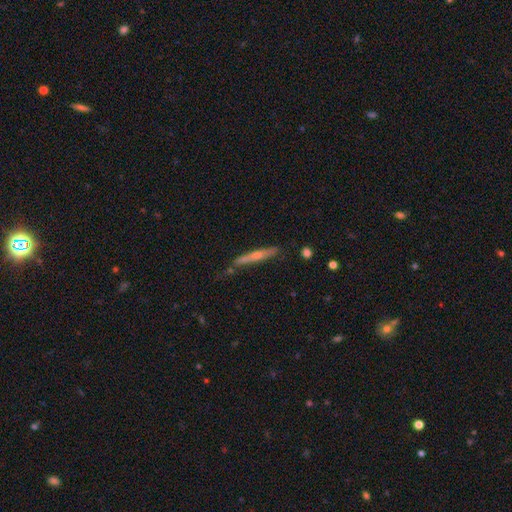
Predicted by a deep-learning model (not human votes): Overall: featured or disk (55%; smooth 38%). Edge-on disk: yes (94%). Edge-on bulge: rounded (71%). Merging: none (74%).